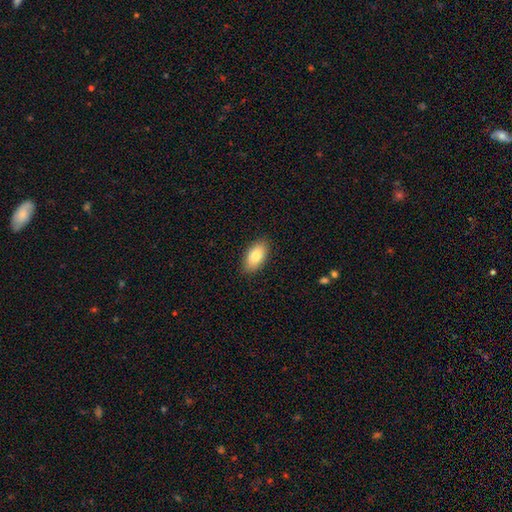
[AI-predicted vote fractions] Overall: smooth (81%). How rounded: in between (93%). Merging: none (88%).